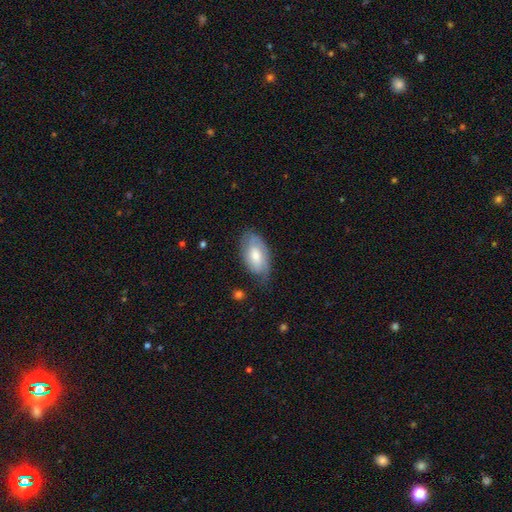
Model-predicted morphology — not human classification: smooth 61%, featured or disk 33%, star or artifact 6%. Down the decision tree: how rounded — in between (93%); merging — none (64%).